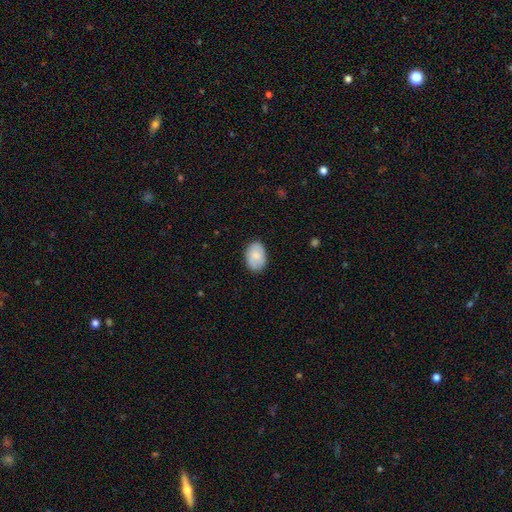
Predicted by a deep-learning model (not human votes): Smooth or featured? smooth (79%)
How rounded? in between (86%)
Merging? none (81%)